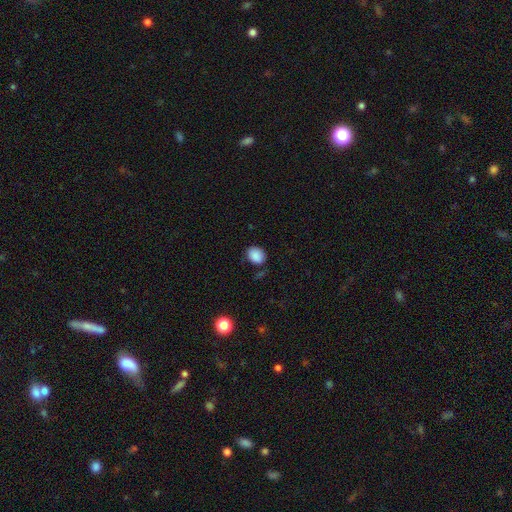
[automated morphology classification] smooth-or-featured: smooth: 87% | star or artifact: 9% | featured or disk: 4%
  how-rounded: in between: 50% | round: 49% | cigar-shaped: 1%
  merging: none: 77% | minor disturbance: 16% | major disturbance: 4% | merger: 3%